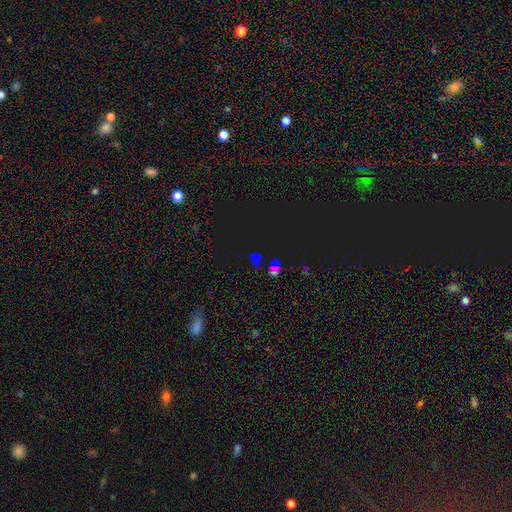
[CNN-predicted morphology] Smooth or featured? star or artifact (71%)